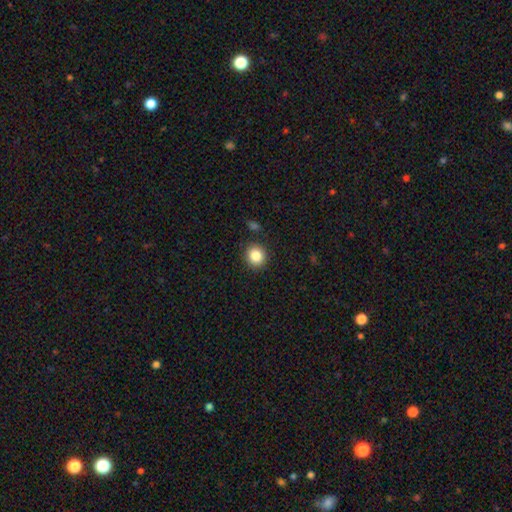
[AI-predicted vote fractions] Smooth or featured?
  - smooth: 85% *
  - star or artifact: 10%
  - featured or disk: 5%
How rounded?
  - round: 87% *
  - in between: 12%
  - cigar-shaped: 1%
Merging?
  - none: 88% *
  - minor disturbance: 7%
  - merger: 2%
  - major disturbance: 2%